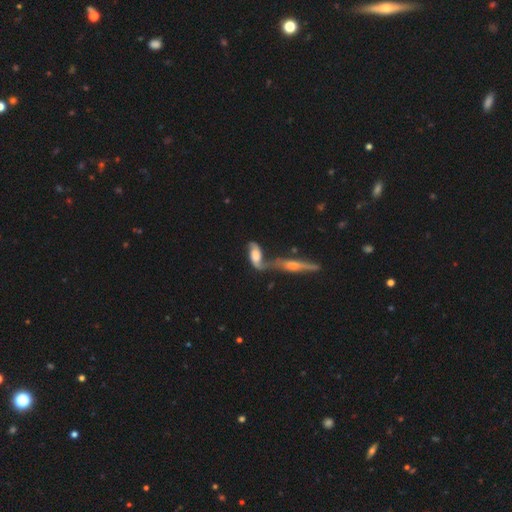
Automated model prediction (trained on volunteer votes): This is possibly a featured or disk galaxy (60%). It is likely not viewed edge-on (76%). Merging: possibly merger (54%).